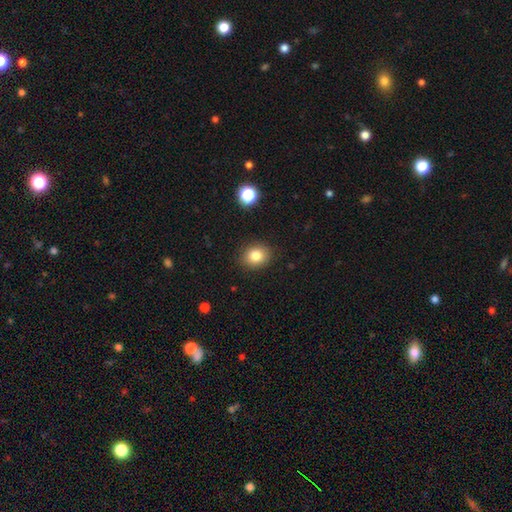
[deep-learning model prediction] Smooth or featured? Predicted: smooth (p=0.82). How rounded? Predicted: round (p=0.60). Merging? Predicted: none (p=0.88).